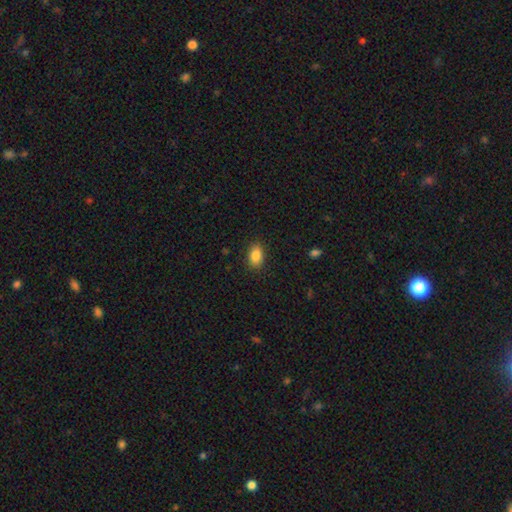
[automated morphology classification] Smooth or featured? Predicted: smooth (p=0.85). How rounded? Predicted: in between (p=0.84). Merging? Predicted: none (p=0.87).